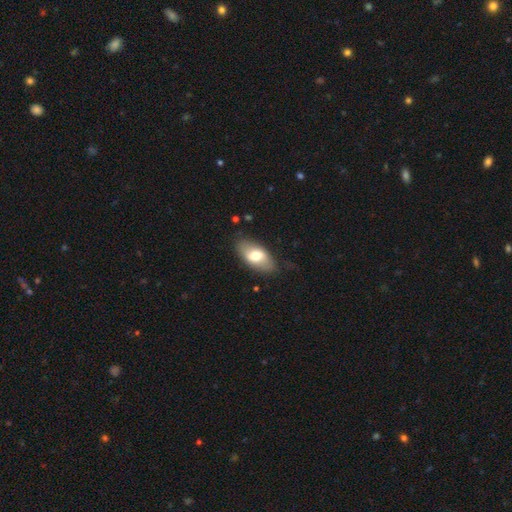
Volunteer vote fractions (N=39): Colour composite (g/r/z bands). It shows a smooth galaxy with no disk features (69%) that is in between round and cigar-shaped (85%). Merging: none (90%).